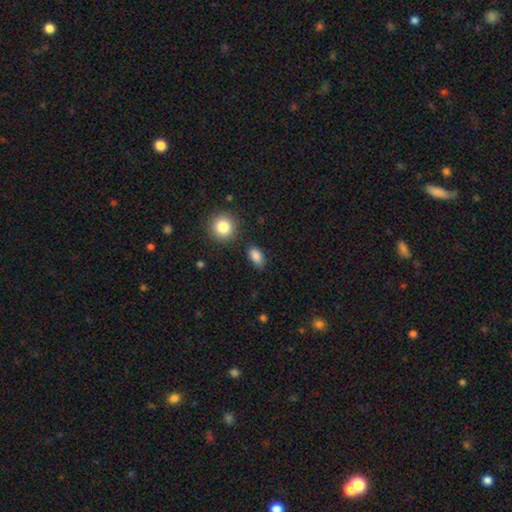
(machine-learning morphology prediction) A smooth galaxy with no disk features (86%) that is in between round and cigar-shaped (87%). Merging: none (81%).